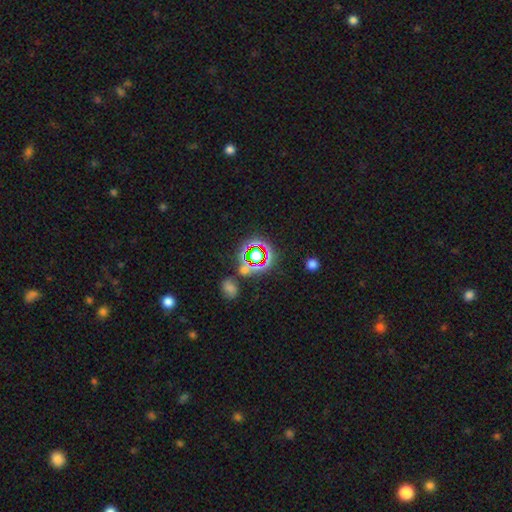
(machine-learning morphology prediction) This is likely a star or artifact rather than a galaxy (66%).